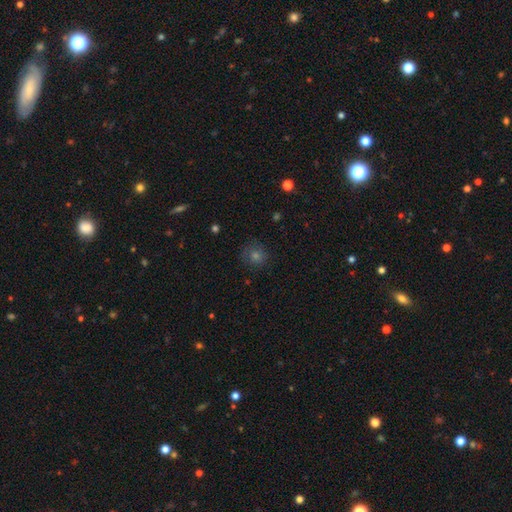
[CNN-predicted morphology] A smooth galaxy with no disk features (60%) that is round (90%). Merging: none (85%).